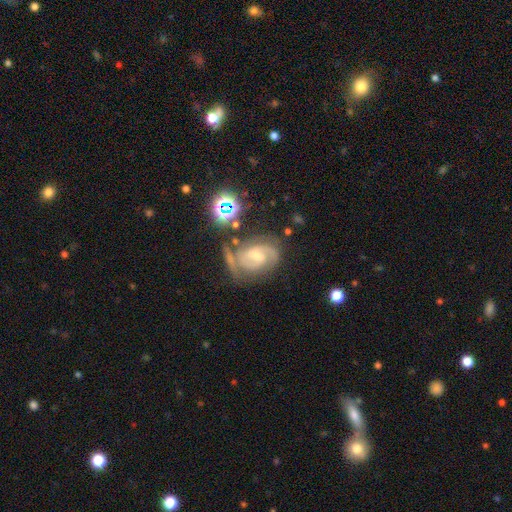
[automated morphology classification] type=featured or disk (78%); edge-on=no (97%); bar=weak (53%); spiral arms=yes (95%); winding=tight (46%); arm count=2 (73%); bulge=small (47%); merging=none (58%).